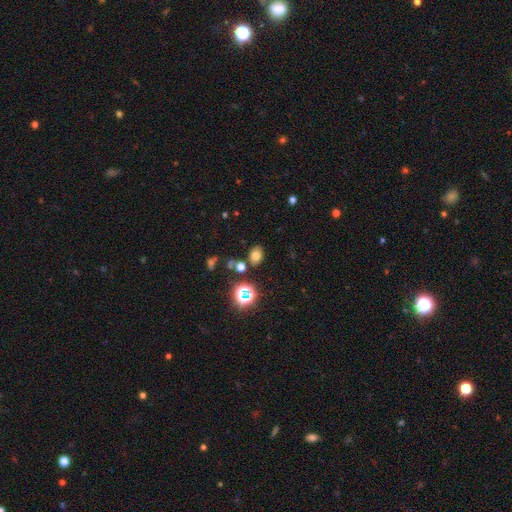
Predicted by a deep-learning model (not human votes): Smooth or featured: smooth — 70% (star or artifact — 22%)
How rounded: in between — 66% (round — 33%)
Merging: none — 79% (minor disturbance — 11%)